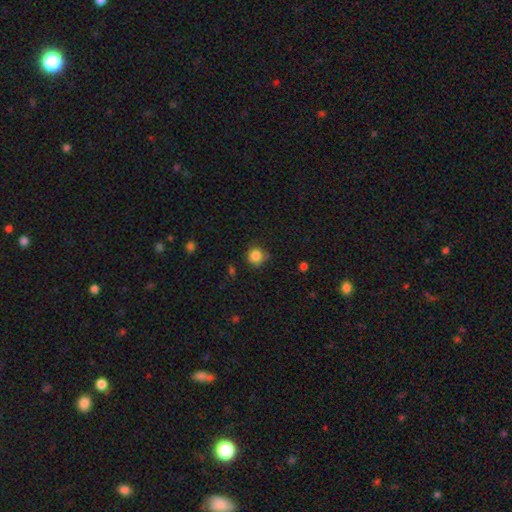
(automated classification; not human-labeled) smooth-or-featured: smooth: 84% | star or artifact: 11% | featured or disk: 5%
  how-rounded: round: 88% | in between: 11% | cigar-shaped: 1%
  merging: none: 71% | minor disturbance: 21% | major disturbance: 5% | merger: 2%